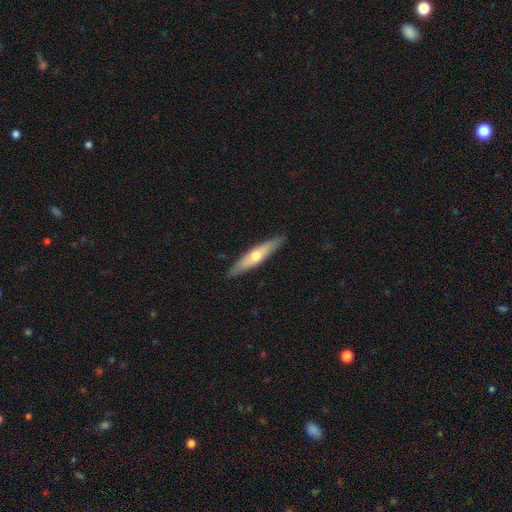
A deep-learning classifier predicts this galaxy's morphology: smooth_or_featured: featured or disk (p=0.49) [alt: smooth p=0.46]
merging: none (p=0.89) [alt: minor disturbance p=0.08]